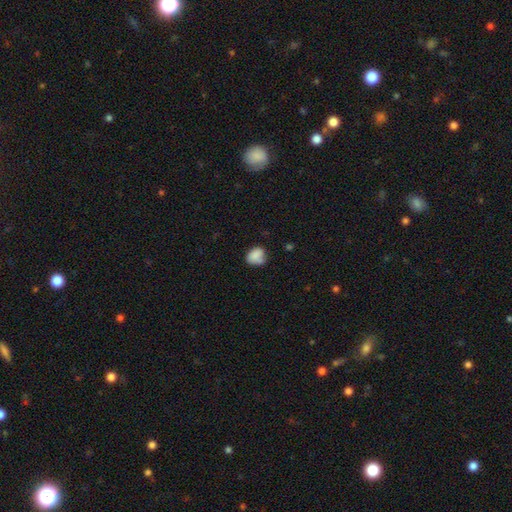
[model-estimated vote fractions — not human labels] Overall: smooth (81%). How rounded: in between (52%; round 47%). Merging: none (53%; minor disturbance 31%).